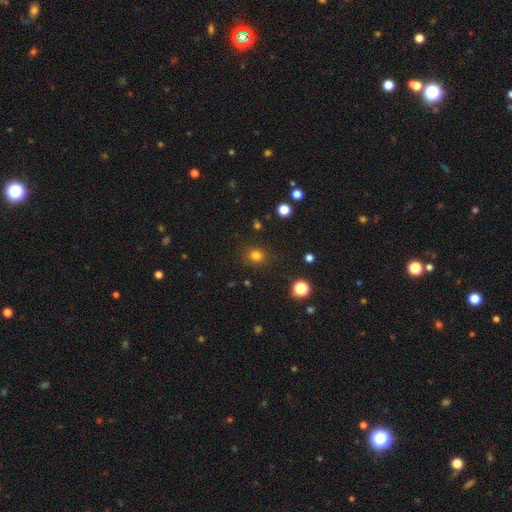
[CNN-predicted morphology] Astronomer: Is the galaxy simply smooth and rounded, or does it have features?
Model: smooth — 80%.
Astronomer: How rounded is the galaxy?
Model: round — 82%.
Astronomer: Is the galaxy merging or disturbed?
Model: none — 86%.